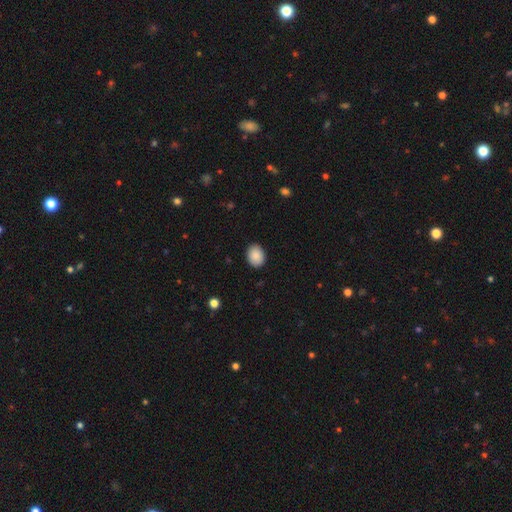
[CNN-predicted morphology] This is clearly a smooth galaxy (90%). How rounded: likely in between (64%). Merging: clearly none (89%).